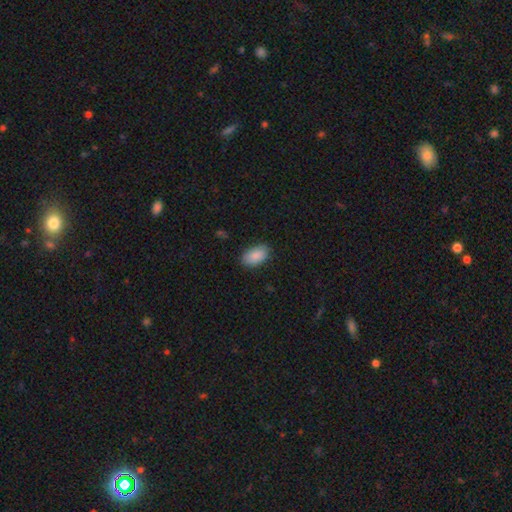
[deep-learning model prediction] Smooth or featured? Predicted: smooth (p=0.88). How rounded? Predicted: in between (p=0.93). Merging? Predicted: none (p=0.86).